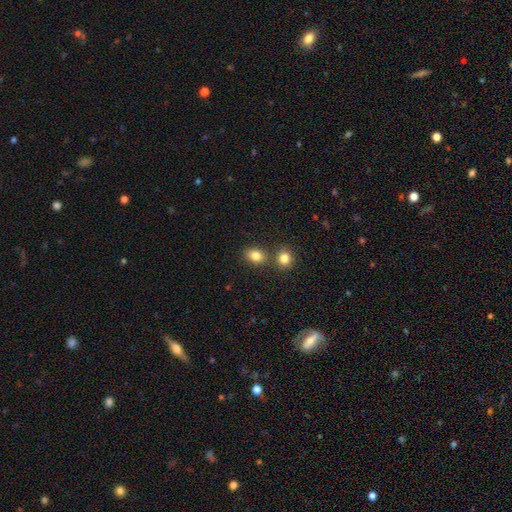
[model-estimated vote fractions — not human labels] Overall: smooth (82%). How rounded: in between (63%; round 36%). Merging: none (67%).